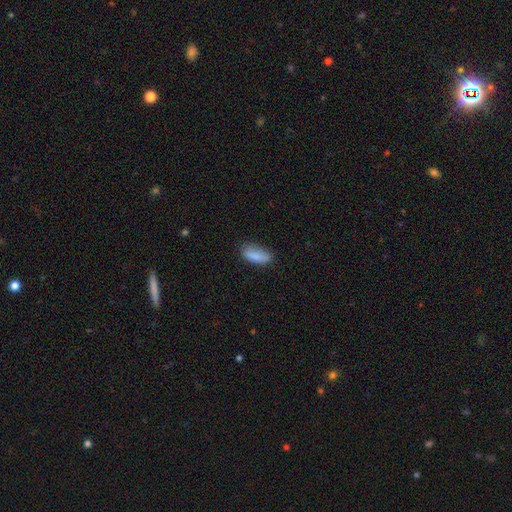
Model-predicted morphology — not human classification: smooth_or_featured: smooth (p=0.85) [alt: featured or disk p=0.08]
how_rounded: in between (p=0.75) [alt: cigar-shaped p=0.23]
merging: none (p=0.70) [alt: minor disturbance p=0.23]